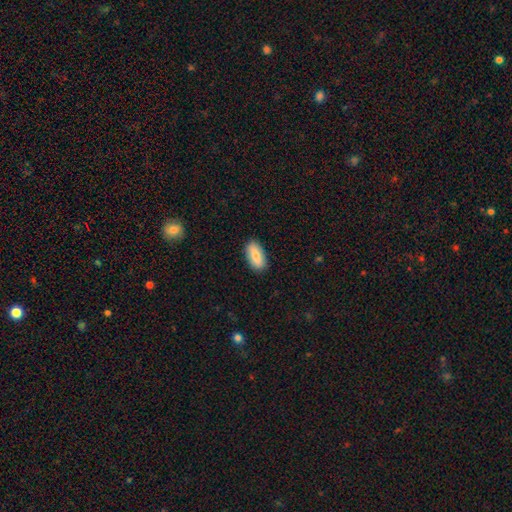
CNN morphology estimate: This appears to be a smooth galaxy with no disk features (78%) that is in between round and cigar-shaped (88%). Merging: none (88%).